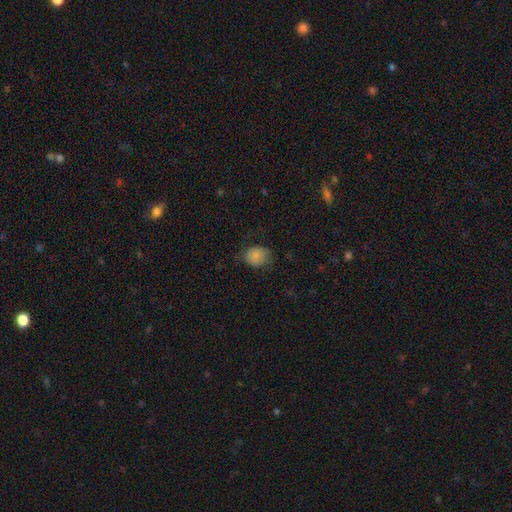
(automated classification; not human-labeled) Smooth or featured? smooth (84%)
How rounded? in between (52%)
Merging? none (67%)